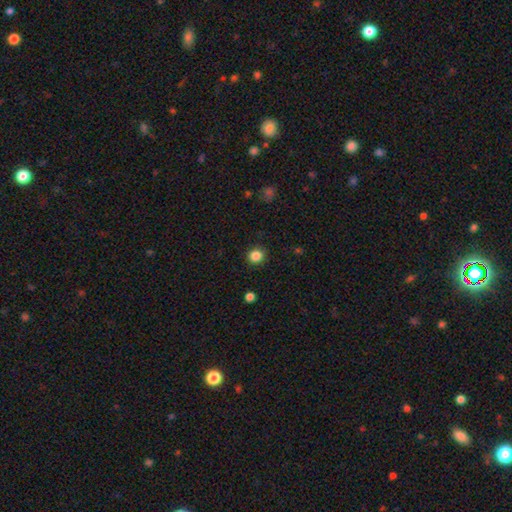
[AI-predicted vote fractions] A smooth galaxy with no disk features (85%) that is round (84%).

Vote fractions:
- Smooth or featured? smooth: 85% / star or artifact: 11% / featured or disk: 3%
- How rounded? round: 84% / in between: 16% / cigar-shaped: 1%
- Merging? none: 90% / minor disturbance: 6% / major disturbance: 2% / merger: 1%